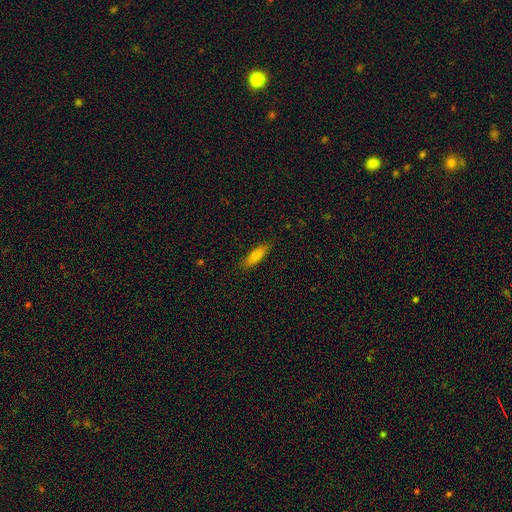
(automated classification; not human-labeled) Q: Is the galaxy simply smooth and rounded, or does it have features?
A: smooth — 81%.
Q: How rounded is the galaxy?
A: cigar-shaped — 58%.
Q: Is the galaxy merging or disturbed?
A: none — 85%.